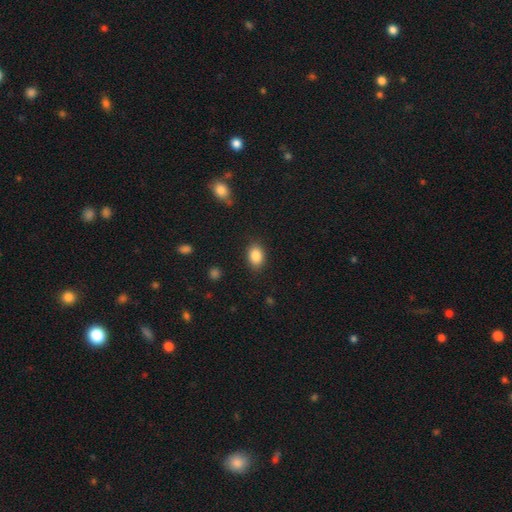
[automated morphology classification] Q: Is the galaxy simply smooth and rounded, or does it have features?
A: smooth — 86%.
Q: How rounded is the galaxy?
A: in between — 79%.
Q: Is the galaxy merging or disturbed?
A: none — 86%.